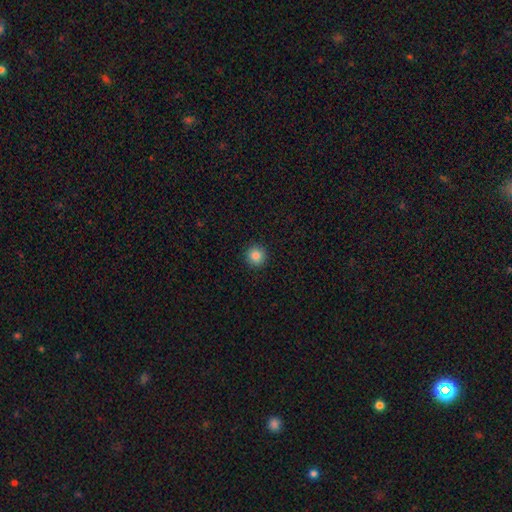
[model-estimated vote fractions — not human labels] smooth-or-featured: smooth: 85% | star or artifact: 10% | featured or disk: 4%
  how-rounded: round: 95% | in between: 4% | cigar-shaped: 1%
  merging: none: 93% | minor disturbance: 5% | major disturbance: 2% | merger: 1%